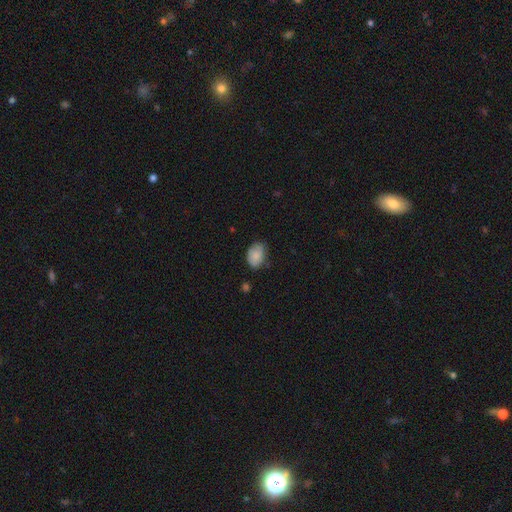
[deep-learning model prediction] A smooth galaxy with no disk features (84%) that is in between round and cigar-shaped (80%).

Vote fractions:
- Smooth or featured? smooth: 84% / featured or disk: 9% / star or artifact: 7%
- How rounded? in between: 80% / round: 19% / cigar-shaped: 1%
- Merging? none: 66% / minor disturbance: 27% / major disturbance: 5% / merger: 2%